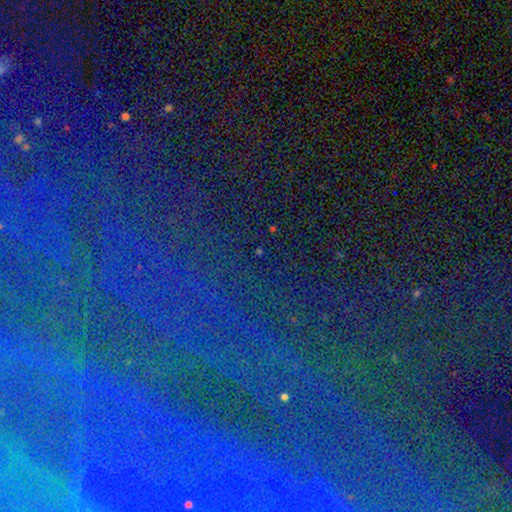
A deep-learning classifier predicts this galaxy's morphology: star or artifact 70%, featured or disk 17%, smooth 13%.